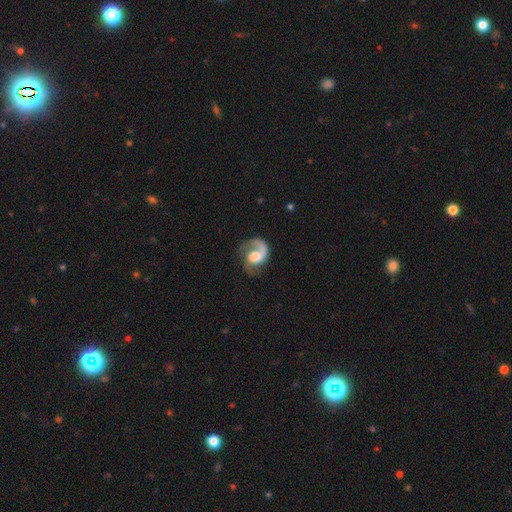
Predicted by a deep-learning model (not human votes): Smooth or featured: featured or disk — 83% (smooth — 11%)
Edge-on disk: no — 98% (yes — 2%)
Bar: no — 61% (weak — 32%)
Spiral arms: yes — 96% (no — 4%)
Spiral winding: medium — 47% (loose — 35%)
Spiral arm count: 2 — 49% (1 — 46%)
Bulge size: moderate — 44% (large — 37%)
Merging: none — 58% (major disturbance — 21%)